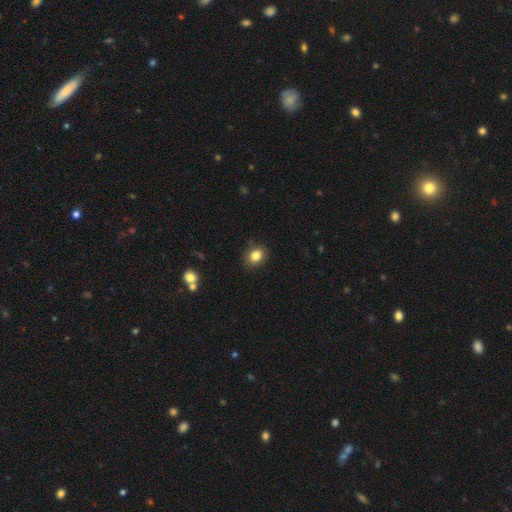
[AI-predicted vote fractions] Q: Smooth or featured?
A: smooth (84%); runner-up: star or artifact (10%)
Q: How rounded?
A: round (51%); runner-up: in between (48%)
Q: Merging?
A: none (85%); runner-up: minor disturbance (11%)